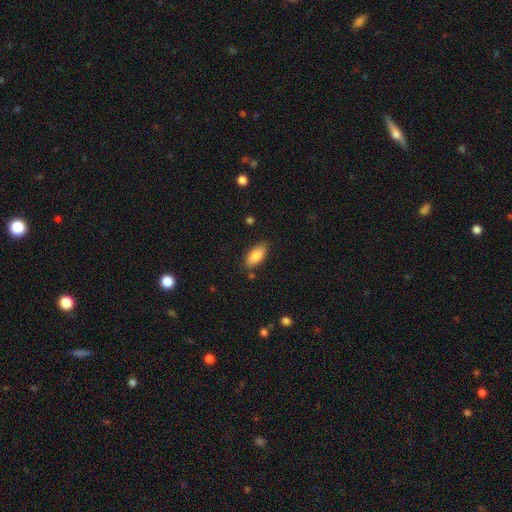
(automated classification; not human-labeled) smooth_or_featured: smooth (p=0.87) [alt: featured or disk p=0.07]
how_rounded: in between (p=0.88) [alt: cigar-shaped p=0.10]
merging: none (p=0.83) [alt: minor disturbance p=0.12]